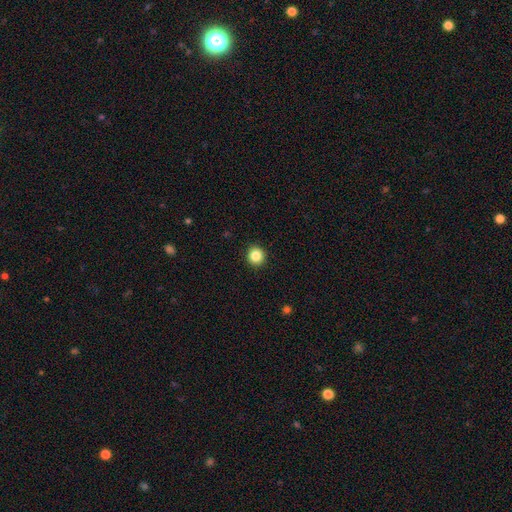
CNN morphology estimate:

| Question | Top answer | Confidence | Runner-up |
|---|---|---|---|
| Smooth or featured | smooth | 85% | star or artifact (11%) |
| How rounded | round | 93% | in between (6%) |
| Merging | none | 92% | minor disturbance (5%) |